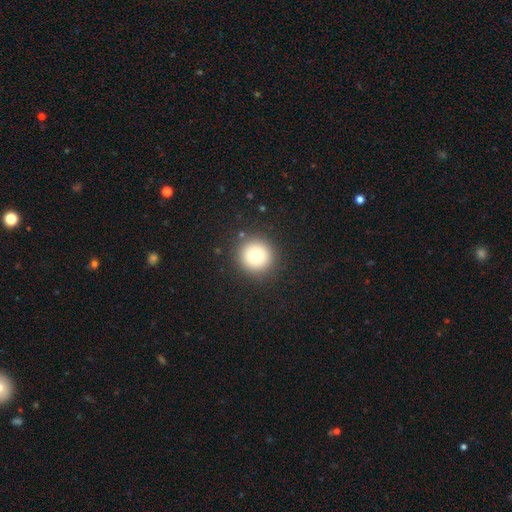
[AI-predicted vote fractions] Q: Smooth or featured?
A: smooth (77%); runner-up: star or artifact (12%)
Q: How rounded?
A: round (95%); runner-up: in between (4%)
Q: Merging?
A: none (89%); runner-up: minor disturbance (7%)